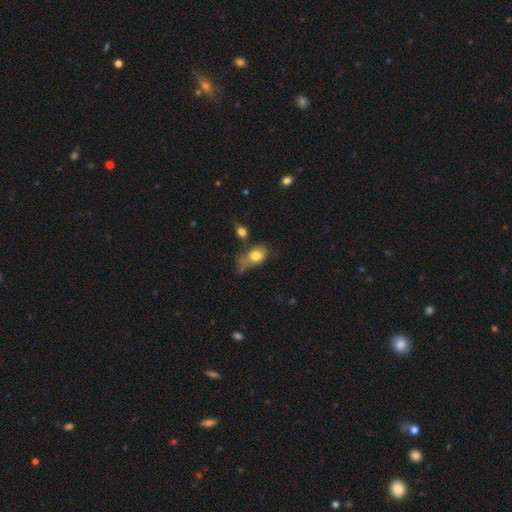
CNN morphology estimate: The model was most divided on "merging": none: 31%, minor disturbance: 26%, major disturbance: 22%, merger: 21%. More confident: smooth or featured — smooth (78%); how rounded — in between (73%).